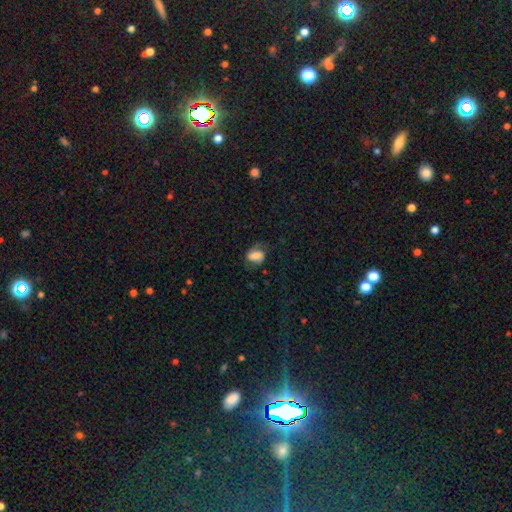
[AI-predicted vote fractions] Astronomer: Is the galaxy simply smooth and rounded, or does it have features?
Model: smooth — 55% (runner-up: featured or disk, 36%).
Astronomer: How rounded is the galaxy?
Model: in between — 74%.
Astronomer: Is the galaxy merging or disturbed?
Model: none — 63%.